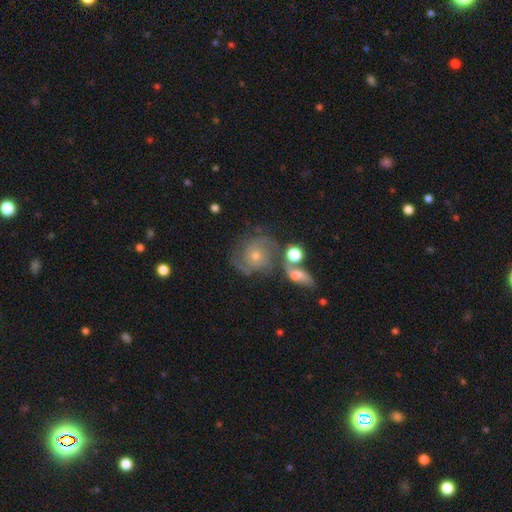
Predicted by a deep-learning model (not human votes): Smooth or featured? Predicted: featured or disk (p=0.79). Edge-on disk? Predicted: no (p=0.97). Bar? Predicted: no (p=0.75). Spiral arms? Predicted: yes (p=0.95). Spiral winding? Predicted: tight (p=0.53). Spiral arm count? Predicted: 2 (p=0.51). Bulge size? Predicted: small (p=0.56). Merging? Predicted: none (p=0.63).